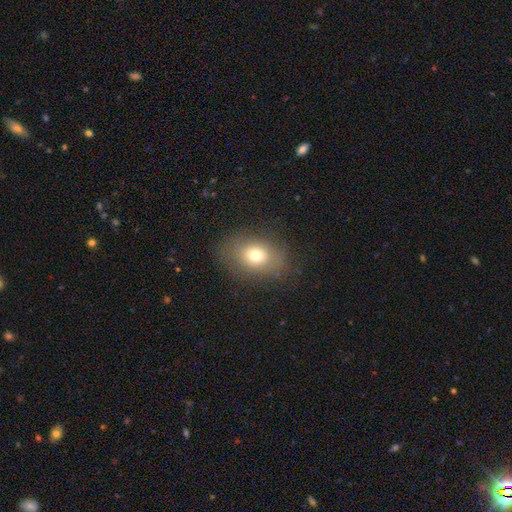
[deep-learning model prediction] This appears to be a smooth galaxy with no disk features (71%) that is in between round and cigar-shaped (62%). Merging: none (81%).